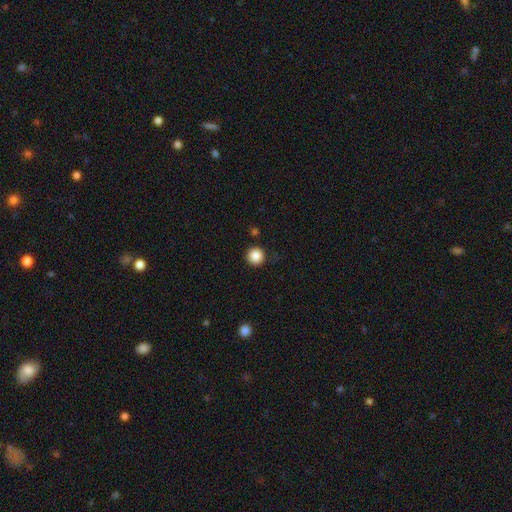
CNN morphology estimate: The model was most divided on "smooth or featured": smooth: 87%, star or artifact: 10%, featured or disk: 3%. More confident: how rounded — round (96%); merging — none (90%).